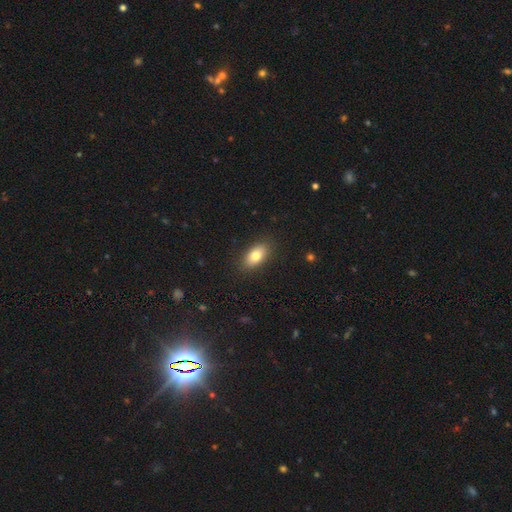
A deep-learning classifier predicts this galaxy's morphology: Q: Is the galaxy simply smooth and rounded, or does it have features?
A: smooth — 79%.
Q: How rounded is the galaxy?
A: in between — 90%.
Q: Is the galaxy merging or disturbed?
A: none — 88%.